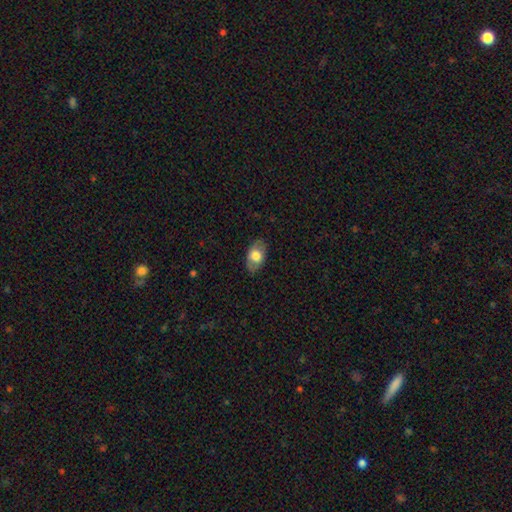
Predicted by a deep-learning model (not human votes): Smooth or featured? smooth (69%)
How rounded? in between (90%)
Merging? none (82%)